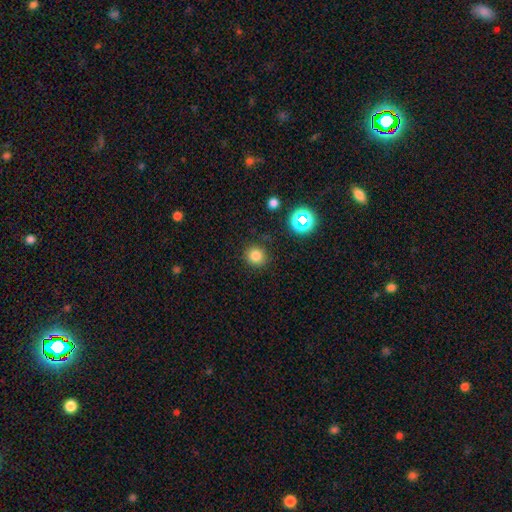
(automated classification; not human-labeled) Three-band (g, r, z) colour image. It shows a smooth galaxy with no disk features (79%) that is round (92%). Merging: none (87%).